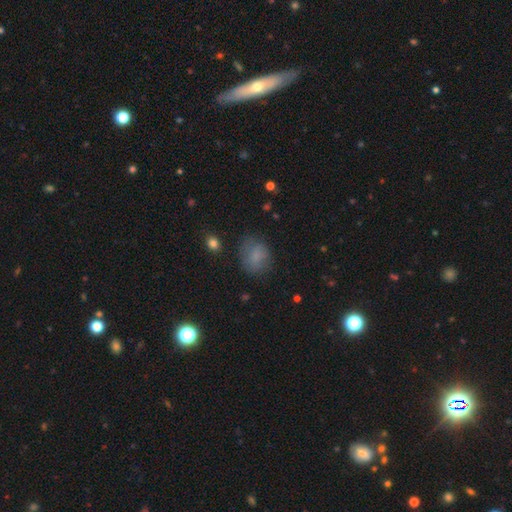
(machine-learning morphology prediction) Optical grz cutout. It shows a smooth galaxy with no disk features (75%) that is round (57%). Merging: none (68%).